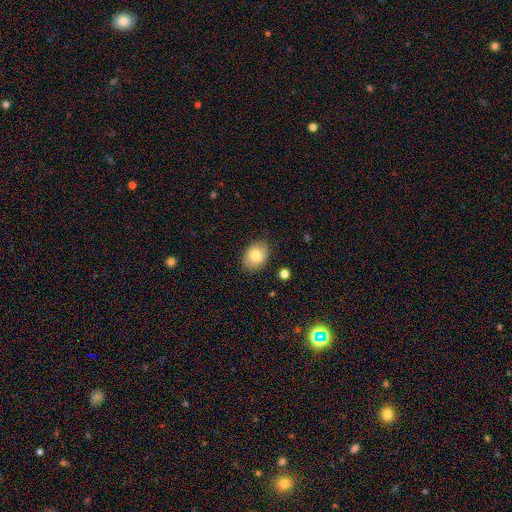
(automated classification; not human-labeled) smooth 78%, featured or disk 14%, star or artifact 8%. Down the decision tree: how rounded — in between (76%); merging — none (84%).